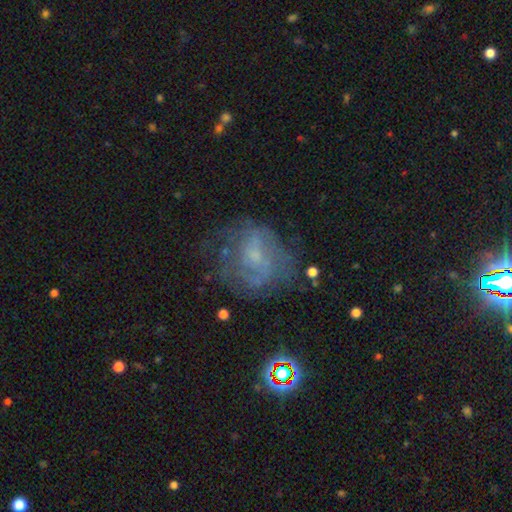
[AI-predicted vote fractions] The model was most divided on "spiral arms": yes: 62%, no: 38%. More confident: edge-on disk — no (97%); bar — no (62%); smooth or featured — featured or disk (59%); bulge size — small (57%); merging — none (56%).